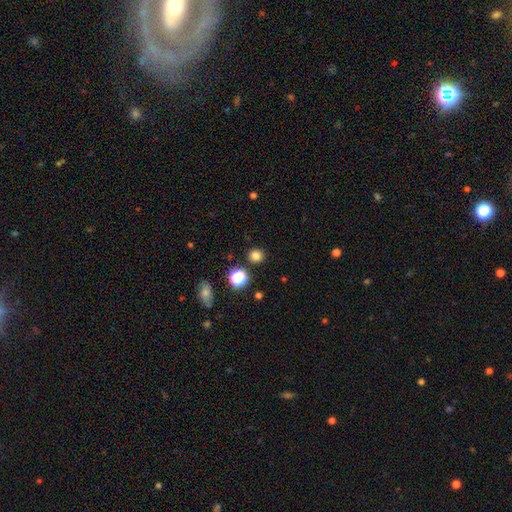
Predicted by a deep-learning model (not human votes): A smooth galaxy with no disk features (80%) that is round (89%). Merging: none (88%).